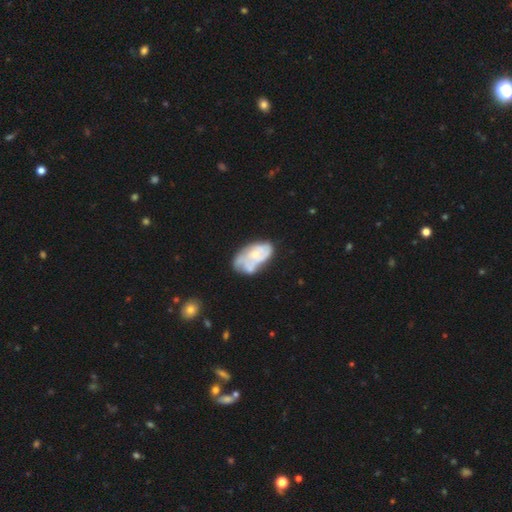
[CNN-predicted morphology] Q: Smooth or featured?
A: featured or disk (59%); runner-up: smooth (34%)
Q: Edge-on disk?
A: no (96%); runner-up: yes (4%)
Q: Bar?
A: no (82%); runner-up: weak (15%)
Q: Spiral arms?
A: no (55%); runner-up: yes (45%)
Q: Bulge size?
A: small (50%); runner-up: moderate (32%)
Q: Merging?
A: none (38%); runner-up: minor disturbance (29%)